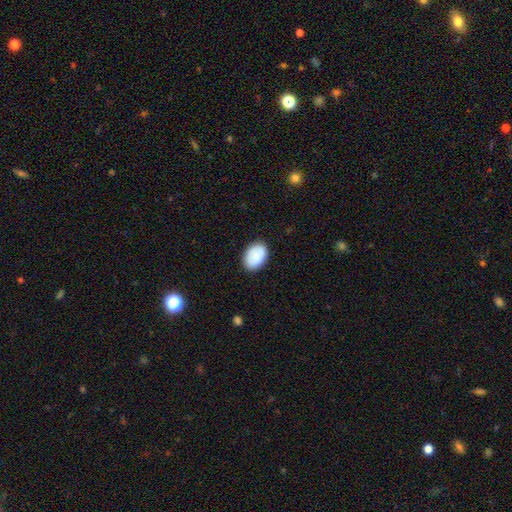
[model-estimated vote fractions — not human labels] This appears to be a smooth galaxy with no disk features (88%) that is in between round and cigar-shaped (85%). Merging: none (86%).